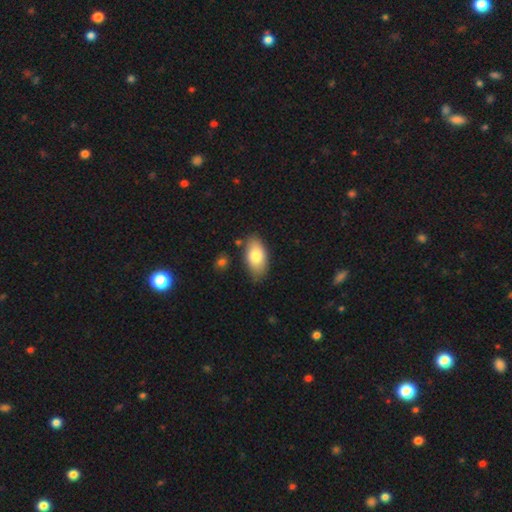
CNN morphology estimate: smooth_or_featured: smooth (p=0.79) [alt: featured or disk p=0.14]
how_rounded: in between (p=0.93) [alt: round p=0.04]
merging: none (p=0.79) [alt: minor disturbance p=0.15]